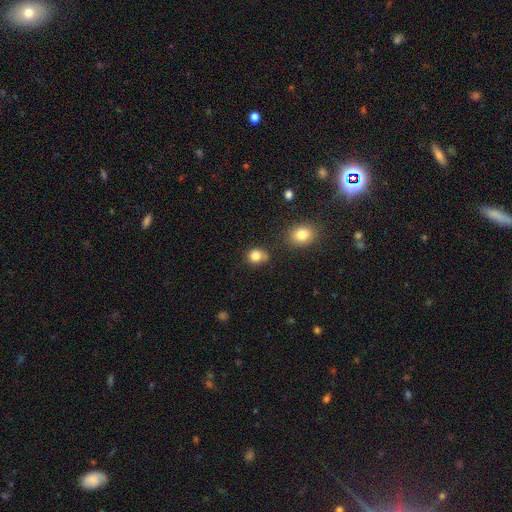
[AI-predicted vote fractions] A smooth galaxy with no disk features (83%) that is round (77%). Merging: none (65%).